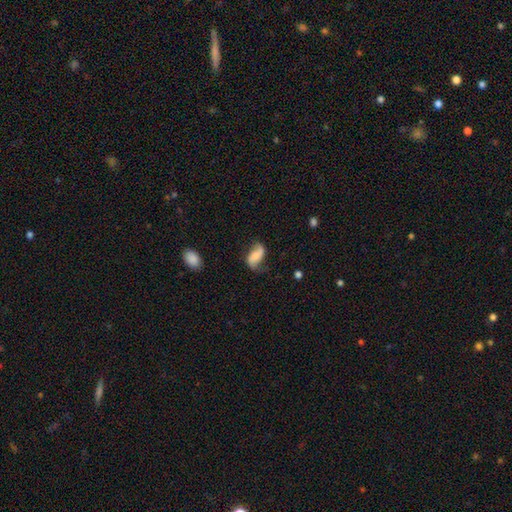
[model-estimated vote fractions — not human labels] Q: Smooth or featured?
A: featured or disk (59%); runner-up: smooth (33%)
Q: Edge-on disk?
A: no (96%); runner-up: yes (4%)
Q: Bar?
A: no (53%); runner-up: weak (31%)
Q: Spiral arms?
A: yes (90%); runner-up: no (10%)
Q: Spiral winding?
A: loose (72%); runner-up: medium (20%)
Q: Spiral arm count?
A: 2 (89%); runner-up: can't tell (4%)
Q: Bulge size?
A: small (40%); runner-up: moderate (30%)
Q: Merging?
A: none (60%); runner-up: minor disturbance (26%)